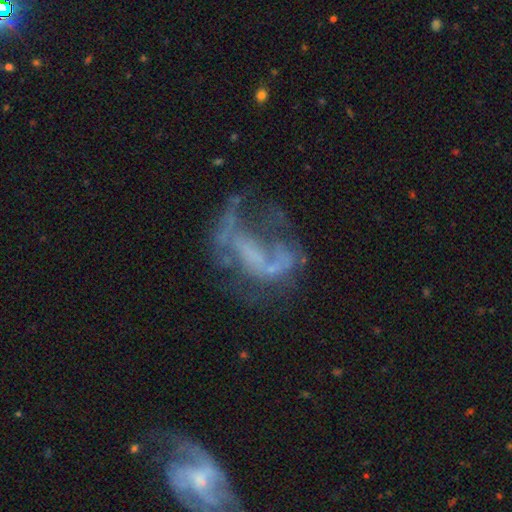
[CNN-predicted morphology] smooth-or-featured: featured or disk: 68% | star or artifact: 17% | smooth: 16%
  disk-edge-on: no: 97% | yes: 3%
    bar: no: 65% | weak: 24% | strong: 12%
    has-spiral-arms: no: 55% | yes: 45%
    bulge-size: none: 71% | small: 17% | moderate: 8% | large: 3% | dominant: 1%
  merging: major disturbance: 48% | none: 28% | minor disturbance: 15% | merger: 9%